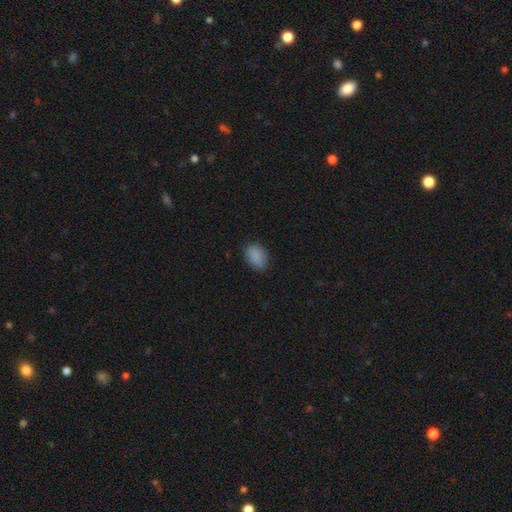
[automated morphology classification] This appears to be a smooth galaxy with no disk features (87%) that is in between round and cigar-shaped (81%). Merging: none (81%).